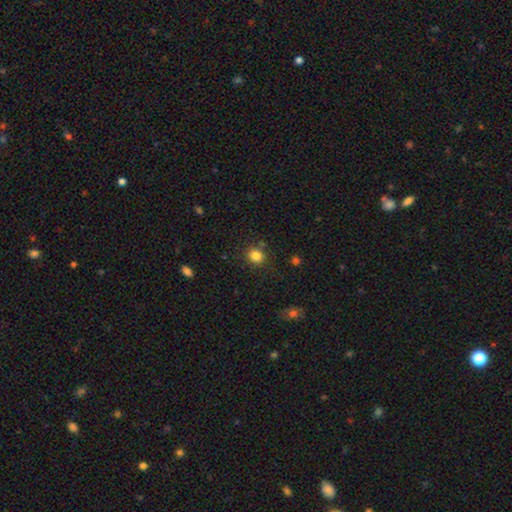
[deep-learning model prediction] Smooth or featured? smooth (83%)
How rounded? round (79%)
Merging? none (81%)